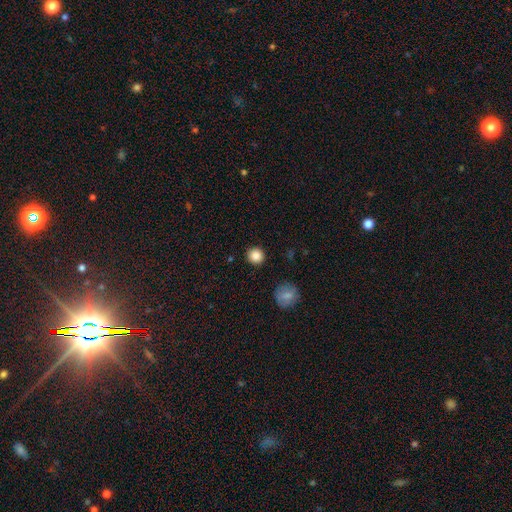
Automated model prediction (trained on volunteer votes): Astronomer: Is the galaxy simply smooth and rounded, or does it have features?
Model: smooth — 85%.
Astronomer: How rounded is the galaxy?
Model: round — 94%.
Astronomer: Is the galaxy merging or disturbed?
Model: none — 91%.